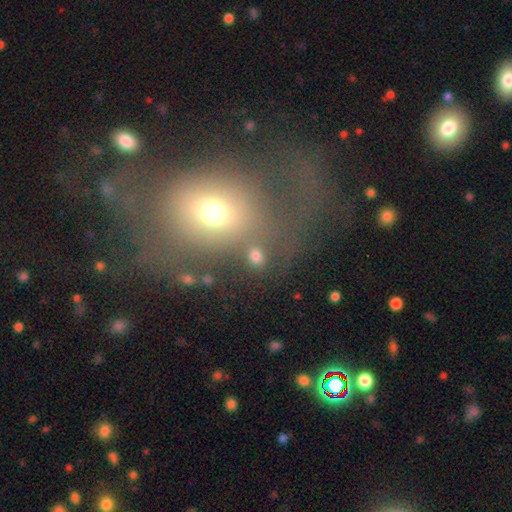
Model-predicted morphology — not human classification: smooth_or_featured: smooth (p=0.71) [alt: star or artifact p=0.20]
how_rounded: round (p=0.59) [alt: in between p=0.38]
merging: none (p=0.70) [alt: merger p=0.12]